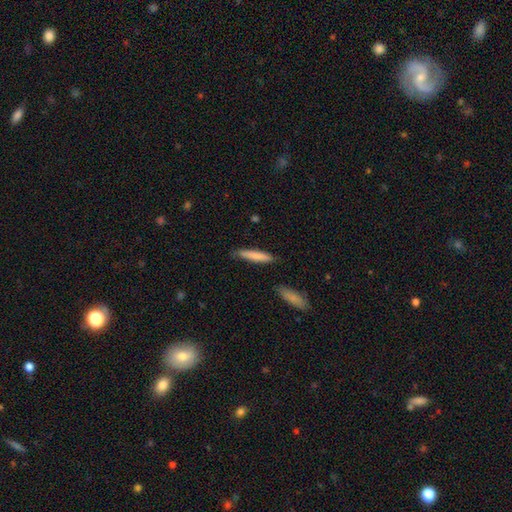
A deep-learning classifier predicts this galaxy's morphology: The model was most divided on "smooth or featured": smooth: 80%, featured or disk: 14%, star or artifact: 5%. More confident: how rounded — cigar-shaped (90%); merging — none (84%).